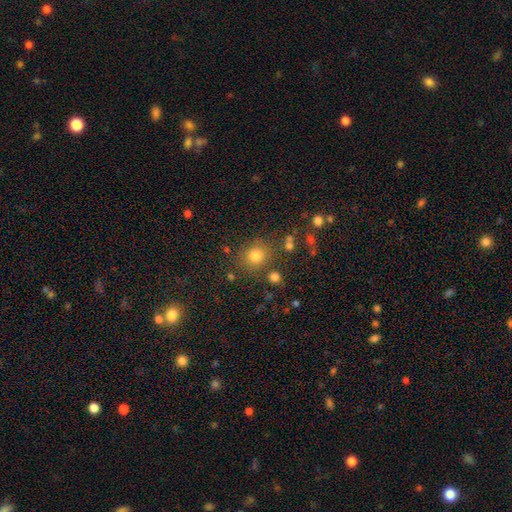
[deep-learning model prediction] Q: Smooth or featured?
A: smooth (77%); runner-up: star or artifact (16%)
Q: How rounded?
A: round (85%); runner-up: in between (14%)
Q: Merging?
A: none (79%); runner-up: minor disturbance (10%)